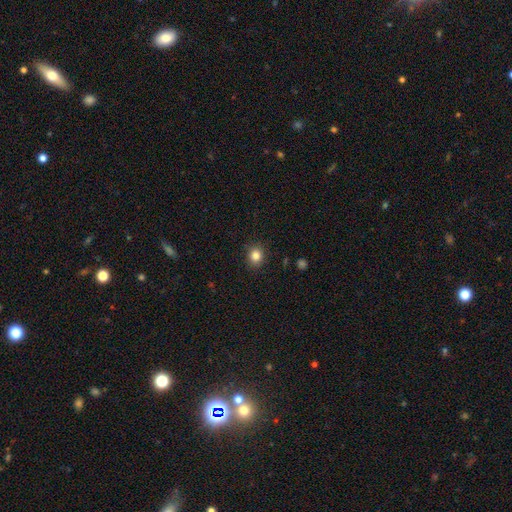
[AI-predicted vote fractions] Smooth or featured? smooth (84%)
How rounded? round (72%)
Merging? none (90%)